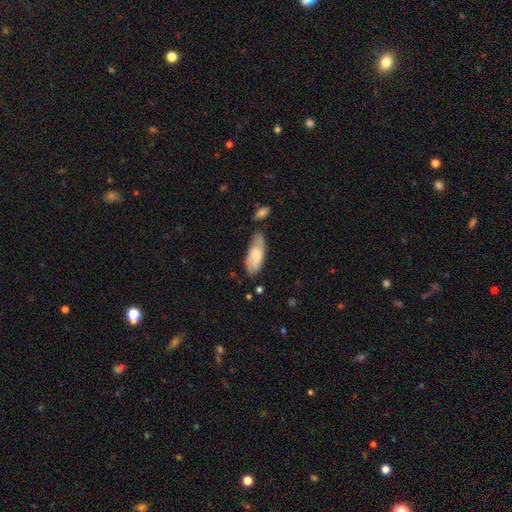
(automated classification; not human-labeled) Q: Smooth or featured?
A: smooth (67%); runner-up: featured or disk (27%)
Q: How rounded?
A: in between (77%); runner-up: cigar-shaped (21%)
Q: Merging?
A: none (59%); runner-up: minor disturbance (28%)